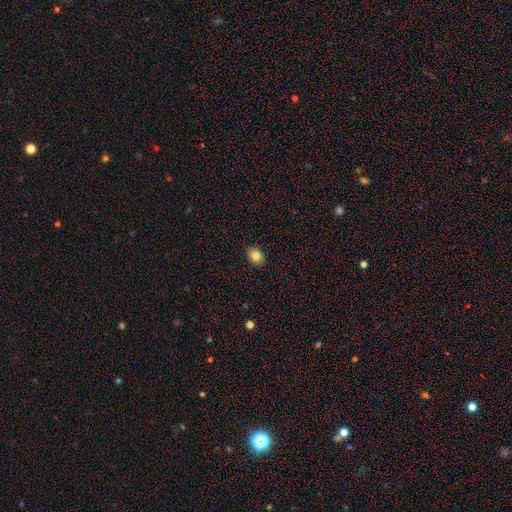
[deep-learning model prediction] Smooth or featured: smooth — 83% (star or artifact — 9%)
How rounded: in between — 66% (round — 33%)
Merging: none — 89% (minor disturbance — 8%)